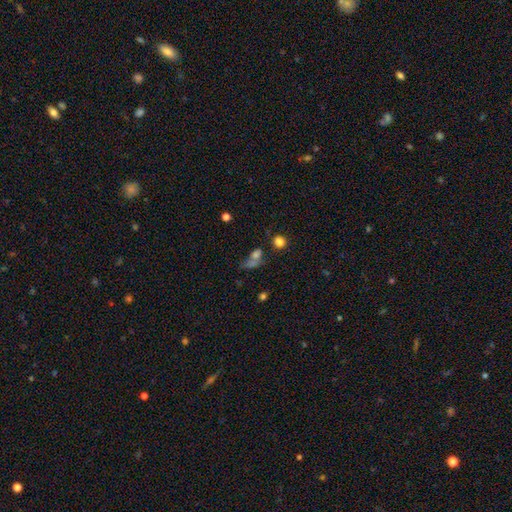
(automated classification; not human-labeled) A smooth galaxy with no disk features (57%) that is round (48%).

Vote fractions:
- Smooth or featured? smooth: 57% / star or artifact: 25% / featured or disk: 17%
- How rounded? round: 48% / in between: 43% / cigar-shaped: 9%
- Merging? none: 40% / merger: 30% / major disturbance: 16% / minor disturbance: 14%